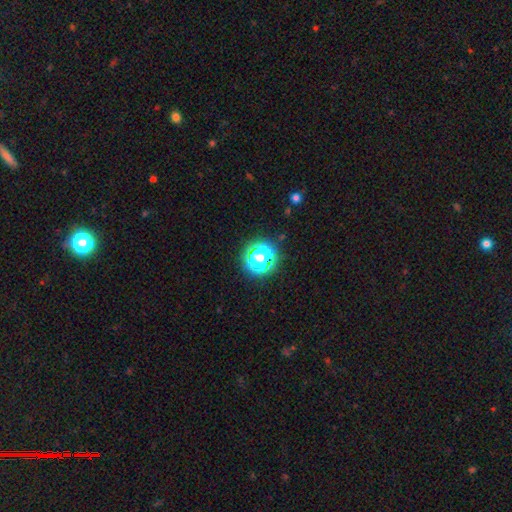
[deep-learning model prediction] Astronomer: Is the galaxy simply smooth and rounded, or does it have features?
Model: smooth — 61%.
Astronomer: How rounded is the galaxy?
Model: round — 92%.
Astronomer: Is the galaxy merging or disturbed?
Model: none — 81%.